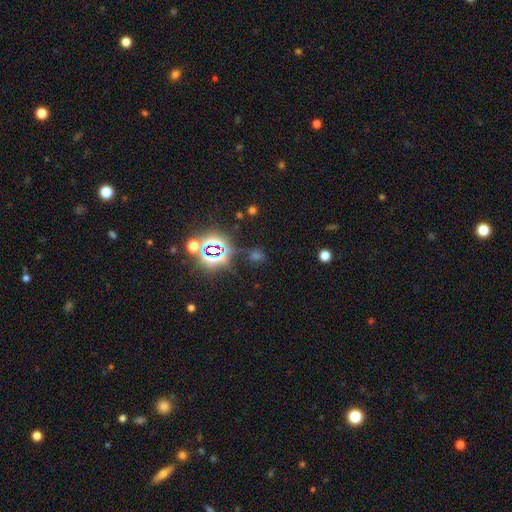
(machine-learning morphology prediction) Overall: star or artifact (67%).